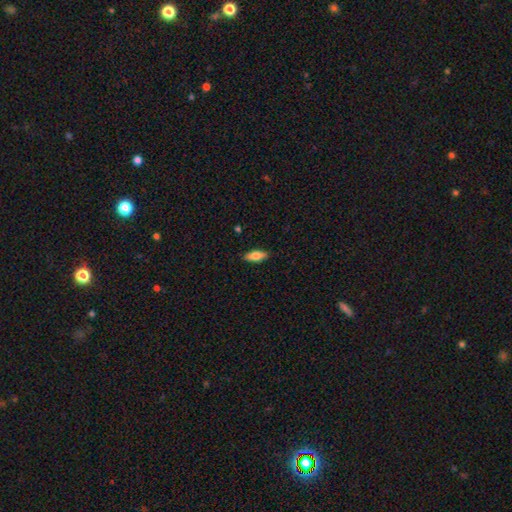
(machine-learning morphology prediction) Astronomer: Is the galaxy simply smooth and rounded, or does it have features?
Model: smooth — 77%.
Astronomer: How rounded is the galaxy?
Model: in between — 76%.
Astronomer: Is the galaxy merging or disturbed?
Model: none — 88%.